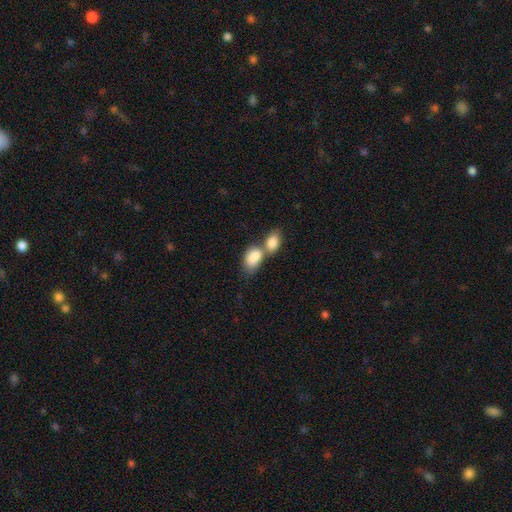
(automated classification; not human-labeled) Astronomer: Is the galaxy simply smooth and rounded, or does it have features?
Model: smooth — 84%.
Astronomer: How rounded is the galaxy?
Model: in between — 87%.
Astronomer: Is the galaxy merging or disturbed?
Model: merger — 70%.